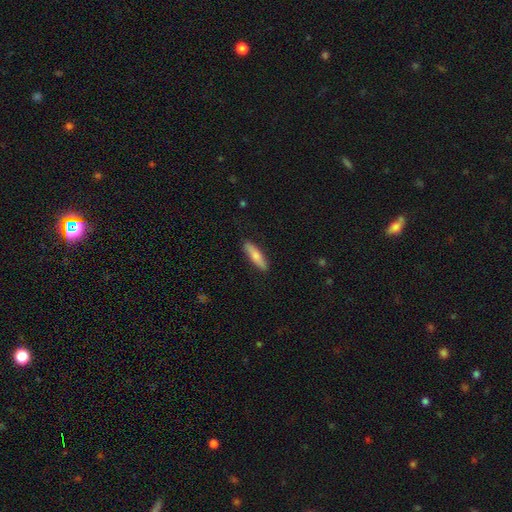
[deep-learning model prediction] smooth_or_featured: smooth (p=0.74) [alt: featured or disk p=0.21]
how_rounded: cigar-shaped (p=0.70) [alt: in between p=0.28]
merging: none (p=0.87) [alt: minor disturbance p=0.10]